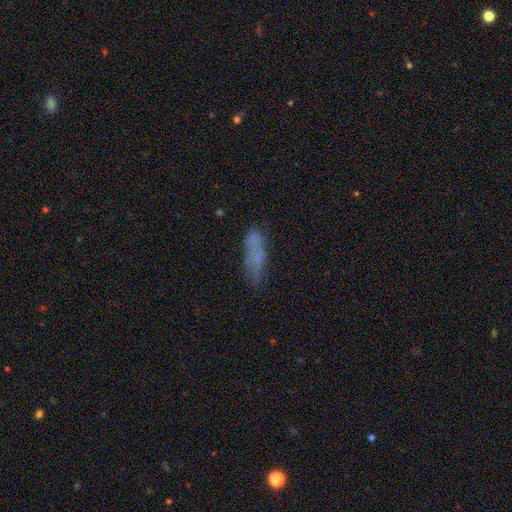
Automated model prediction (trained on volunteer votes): smooth 64%, featured or disk 24%, star or artifact 12%. Down the decision tree: how rounded — cigar-shaped (60%); merging — none (57%).